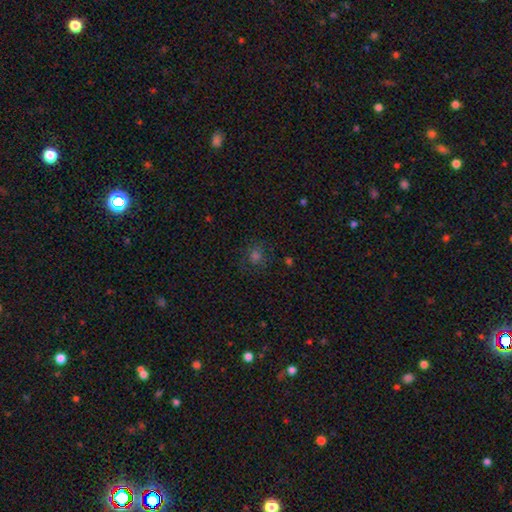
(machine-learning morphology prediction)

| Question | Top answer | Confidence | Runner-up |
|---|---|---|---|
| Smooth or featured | smooth | 57% | star or artifact (33%) |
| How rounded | round | 84% | in between (15%) |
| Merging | none | 80% | minor disturbance (13%) |